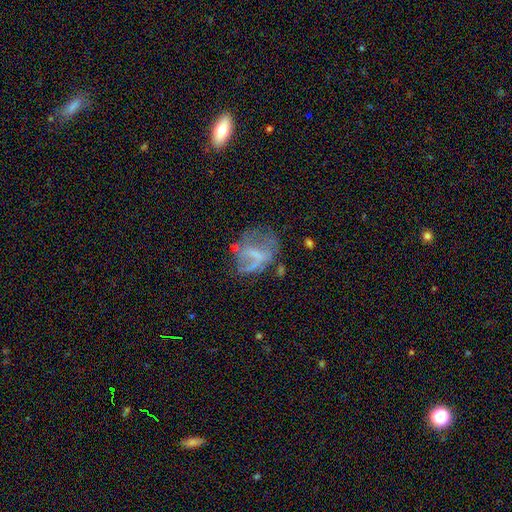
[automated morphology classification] This appears to be a featured or disk galaxy (54%) with no bar (48%), no spiral arms (70%) and no central bulge (53%). Merging: major disturbance (37%).